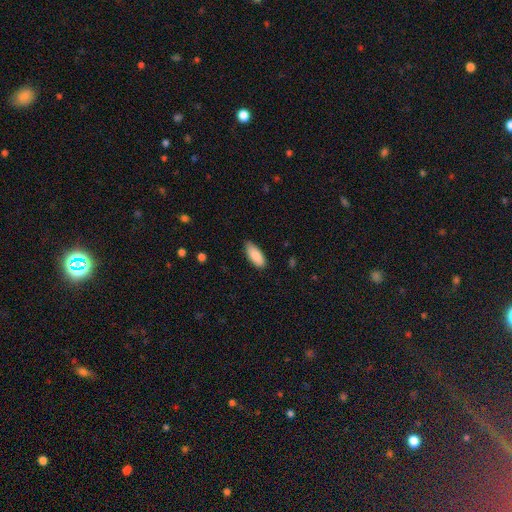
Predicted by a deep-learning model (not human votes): Q: Smooth or featured?
A: smooth (89%); runner-up: star or artifact (6%)
Q: How rounded?
A: in between (81%); runner-up: cigar-shaped (17%)
Q: Merging?
A: none (80%); runner-up: minor disturbance (16%)